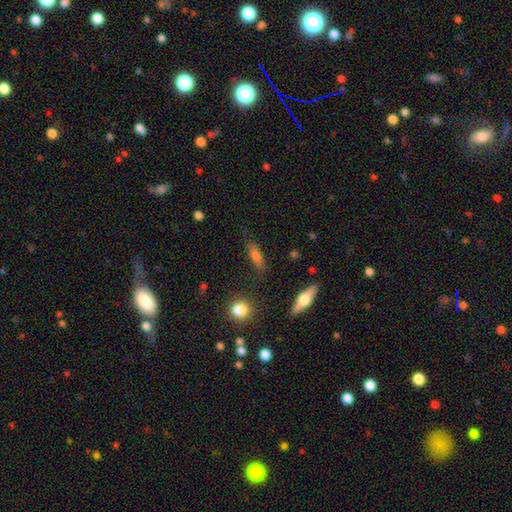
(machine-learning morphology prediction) Smooth or featured? smooth (68%)
How rounded? in between (56%)
Merging? none (73%)